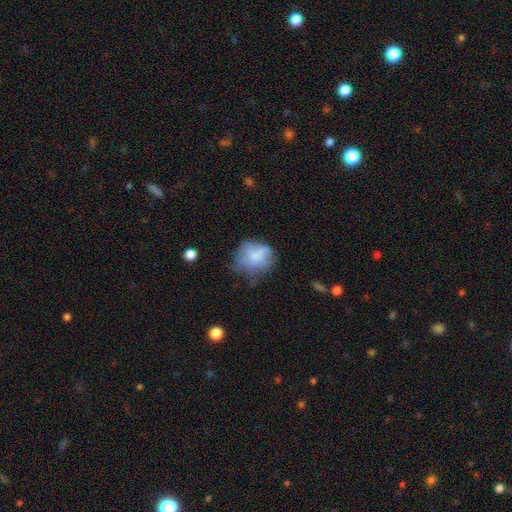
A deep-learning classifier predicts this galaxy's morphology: A smooth galaxy with no disk features (60%) that is round (68%).

Vote fractions:
- Smooth or featured? smooth: 60% / featured or disk: 30% / star or artifact: 11%
- How rounded? round: 68% / in between: 31% / cigar-shaped: 1%
- Merging? none: 42% / minor disturbance: 30% / major disturbance: 24% / merger: 4%